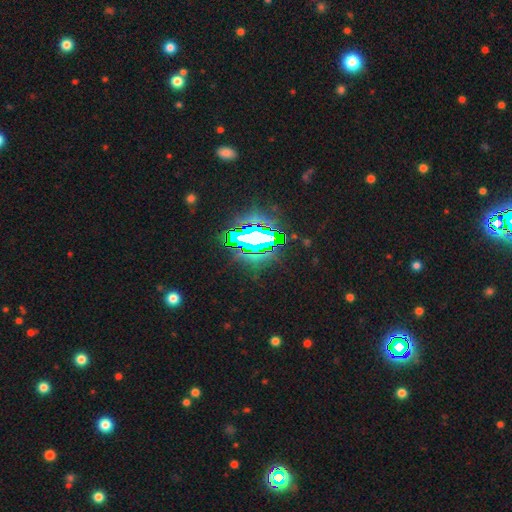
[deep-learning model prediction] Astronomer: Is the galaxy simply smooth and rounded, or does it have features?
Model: star or artifact — 79%.